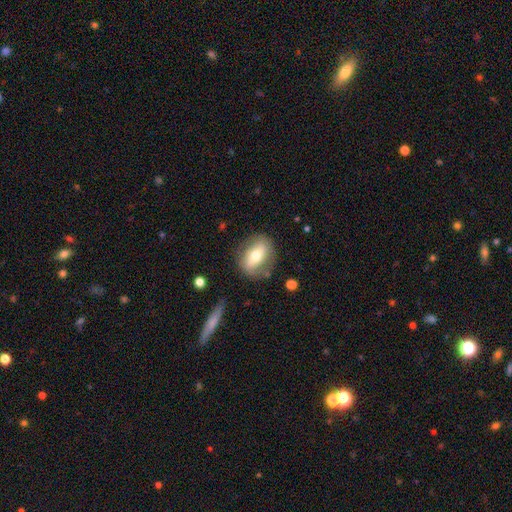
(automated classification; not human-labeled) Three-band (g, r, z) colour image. It shows a smooth galaxy with no disk features (56%) that is in between round and cigar-shaped (69%). Merging: none (75%).